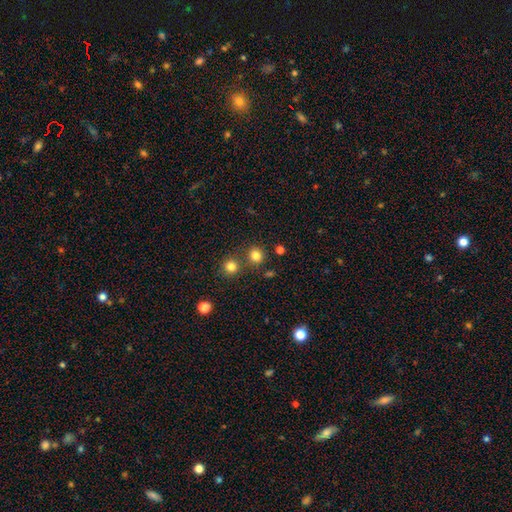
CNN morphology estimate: smooth-or-featured: smooth: 80% | star or artifact: 15% | featured or disk: 5%
  how-rounded: round: 89% | in between: 10% | cigar-shaped: 1%
  merging: none: 77% | merger: 13% | minor disturbance: 7% | major disturbance: 3%